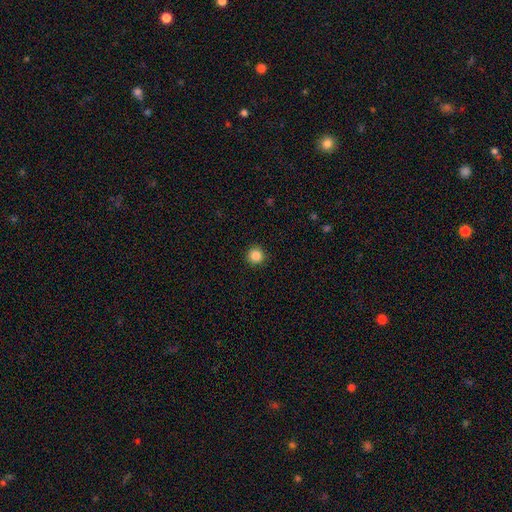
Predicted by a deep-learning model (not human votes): A smooth galaxy with no disk features (86%) that is round (95%).

Vote fractions:
- Smooth or featured? smooth: 86% / star or artifact: 10% / featured or disk: 3%
- How rounded? round: 95% / in between: 4% / cigar-shaped: 1%
- Merging? none: 92% / minor disturbance: 5% / major disturbance: 2% / merger: 1%